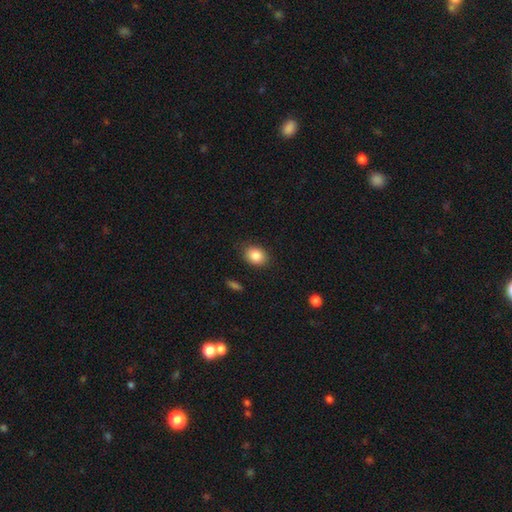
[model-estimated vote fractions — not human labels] smooth_or_featured: smooth (p=0.86) [alt: star or artifact p=0.08]
how_rounded: in between (p=0.66) [alt: round p=0.33]
merging: none (p=0.85) [alt: minor disturbance p=0.11]